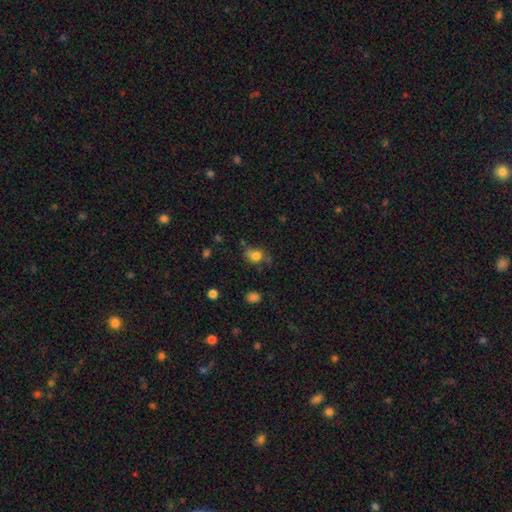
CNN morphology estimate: Smooth or featured? Predicted: smooth (p=0.79). How rounded? Predicted: round (p=0.57). Merging? Predicted: none (p=0.57).